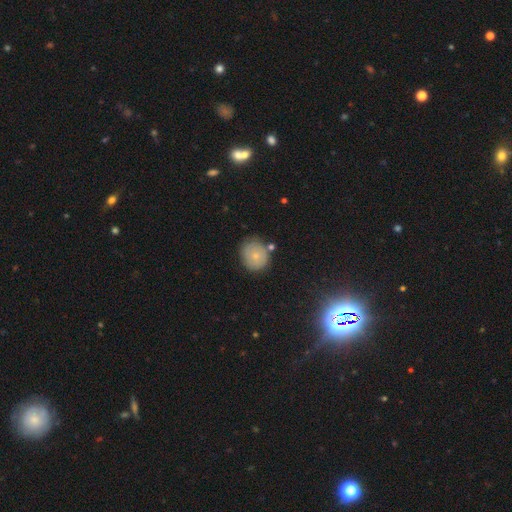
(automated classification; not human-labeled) Morphology: type=smooth (68%); roundness=round (80%); merging=none (72%).